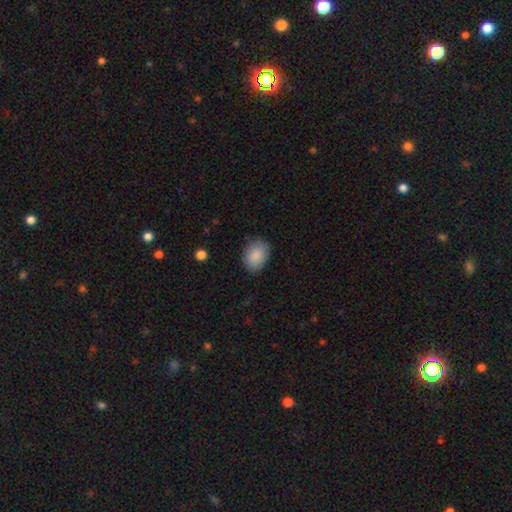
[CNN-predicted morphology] smooth_or_featured: smooth (p=0.88) [alt: star or artifact p=0.07]
how_rounded: in between (p=0.69) [alt: round p=0.30]
merging: none (p=0.81) [alt: minor disturbance p=0.15]